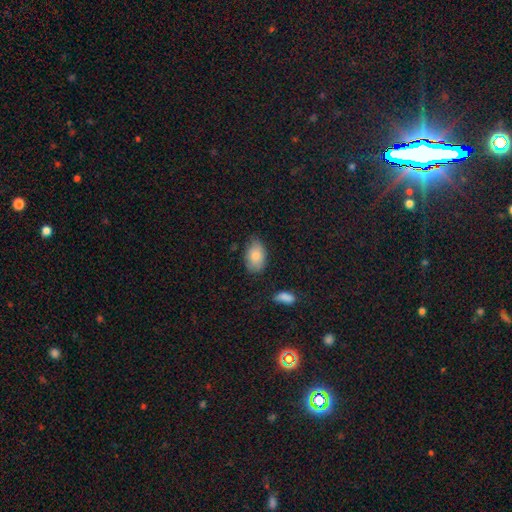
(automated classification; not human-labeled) smooth_or_featured: smooth (p=0.83) [alt: featured or disk p=0.10]
how_rounded: in between (p=0.91) [alt: round p=0.08]
merging: none (p=0.72) [alt: minor disturbance p=0.22]